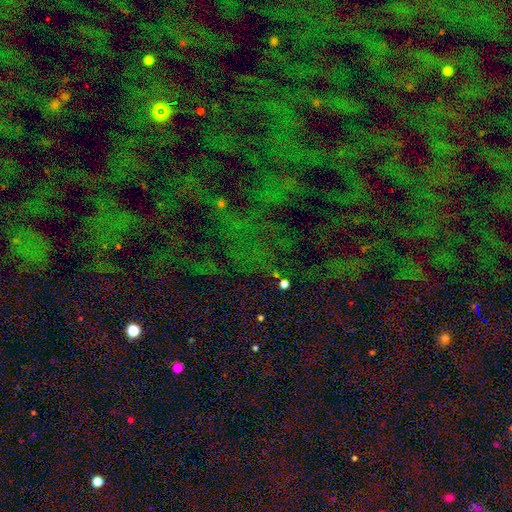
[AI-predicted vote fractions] Q: Smooth or featured?
A: star or artifact (80%); runner-up: smooth (13%)